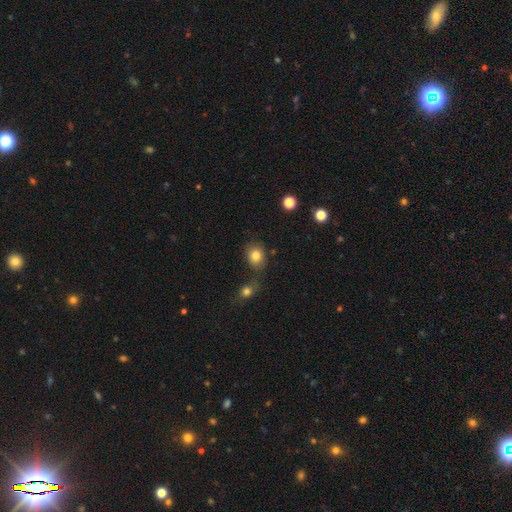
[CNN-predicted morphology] type=smooth (81%); roundness=round (55%); merging=none (65%).